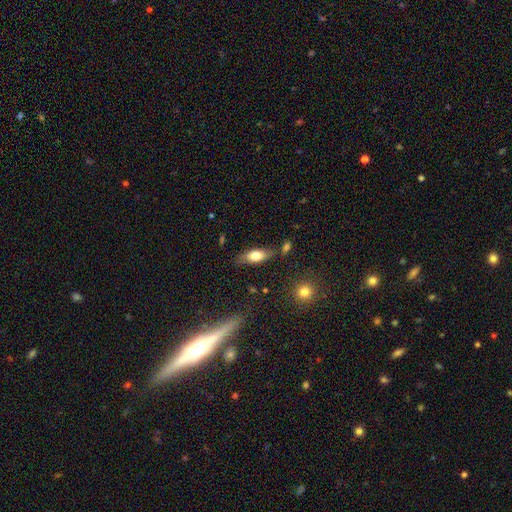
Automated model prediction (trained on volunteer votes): Q: Smooth or featured?
A: smooth (70%); runner-up: featured or disk (23%)
Q: How rounded?
A: in between (75%); runner-up: cigar-shaped (22%)
Q: Merging?
A: none (72%); runner-up: minor disturbance (18%)